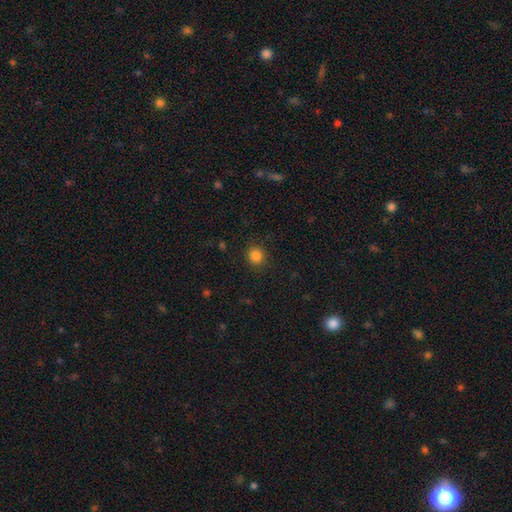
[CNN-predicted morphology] type=smooth (85%); roundness=round (84%); merging=none (89%).